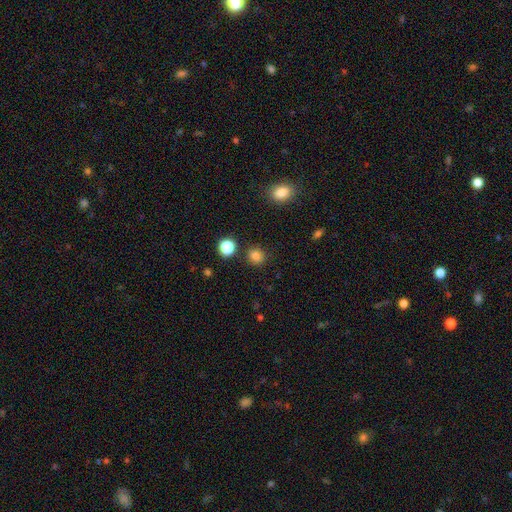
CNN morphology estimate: smooth_or_featured: smooth (p=0.83) [alt: star or artifact p=0.14]
how_rounded: round (p=0.89) [alt: in between p=0.10]
merging: none (p=0.87) [alt: minor disturbance p=0.07]